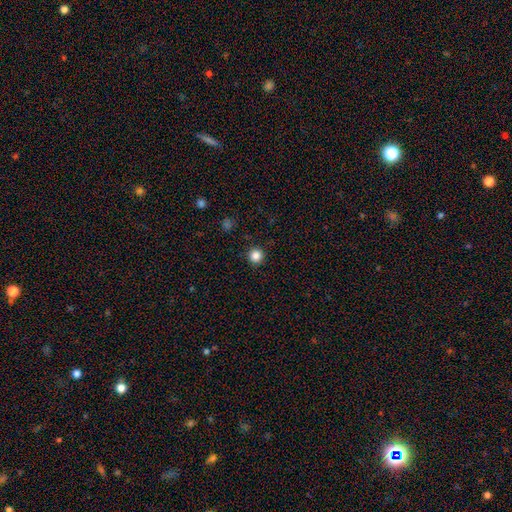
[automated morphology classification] Q: Smooth or featured?
A: smooth (85%); runner-up: star or artifact (11%)
Q: How rounded?
A: round (95%); runner-up: in between (4%)
Q: Merging?
A: none (92%); runner-up: minor disturbance (5%)